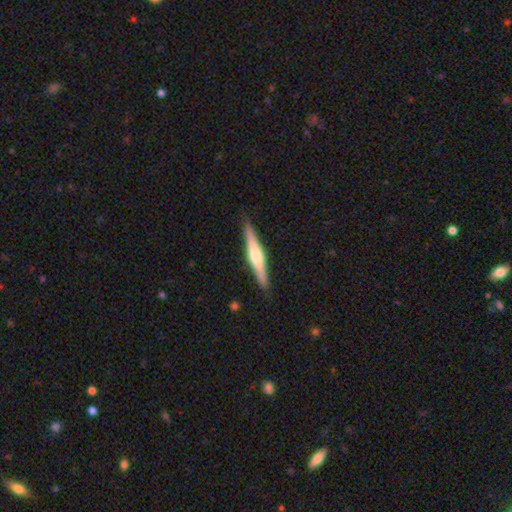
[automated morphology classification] Smooth or featured?
  - featured or disk: 61% *
  - smooth: 33%
  - star or artifact: 5%
Edge-on disk?
  - yes: 97% *
  - no: 3%
Edge-on bulge?
  - rounded: 75% *
  - boxy: 17%
  - none: 8%
Merging?
  - none: 90% *
  - minor disturbance: 7%
  - major disturbance: 1%
  - merger: 1%